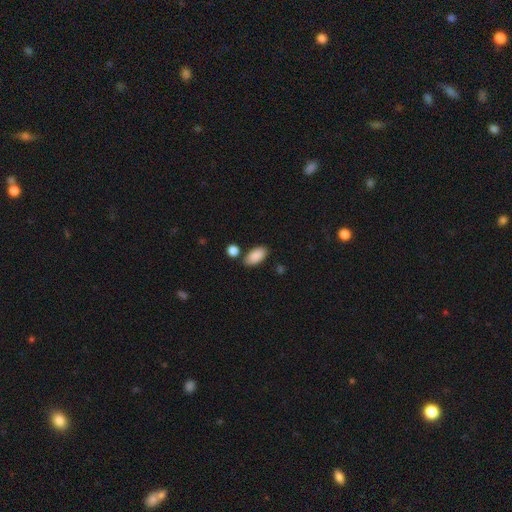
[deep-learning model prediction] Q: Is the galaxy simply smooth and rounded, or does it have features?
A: smooth — 89%.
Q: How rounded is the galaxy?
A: in between — 93%.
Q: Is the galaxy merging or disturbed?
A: none — 78%.